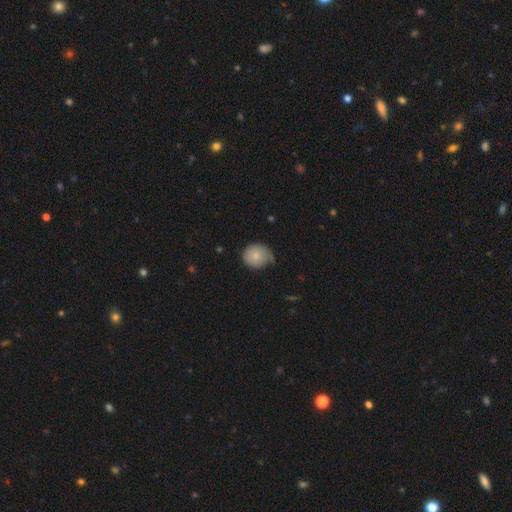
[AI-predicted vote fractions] Overall: smooth (80%). How rounded: round (78%). Merging: none (53%; minor disturbance 37%).